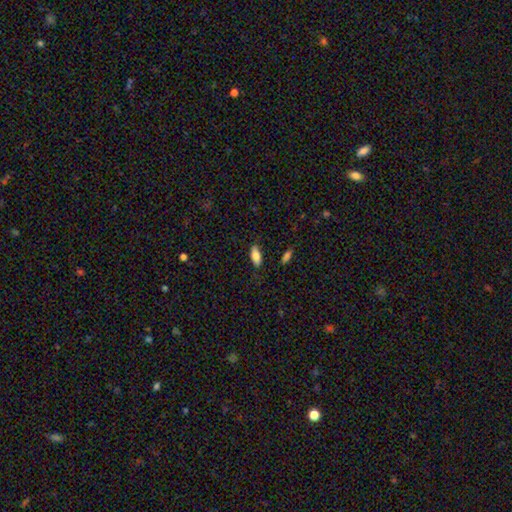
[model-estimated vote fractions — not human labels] Smooth or featured? Predicted: smooth (p=0.82). How rounded? Predicted: in between (p=0.83). Merging? Predicted: none (p=0.85).